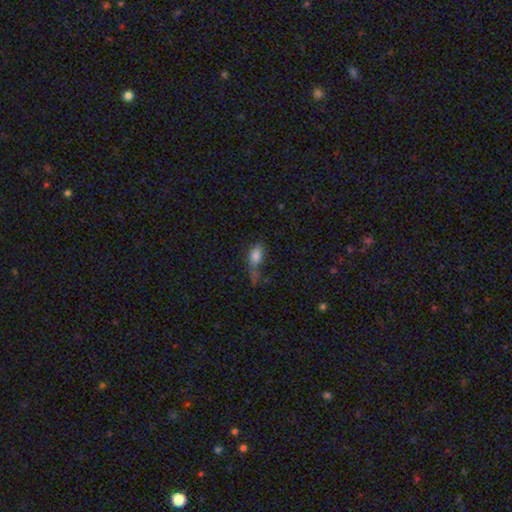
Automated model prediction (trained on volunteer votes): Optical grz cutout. It shows a smooth galaxy with no disk features (80%) that is in between round and cigar-shaped (85%). Merging: none (36%).